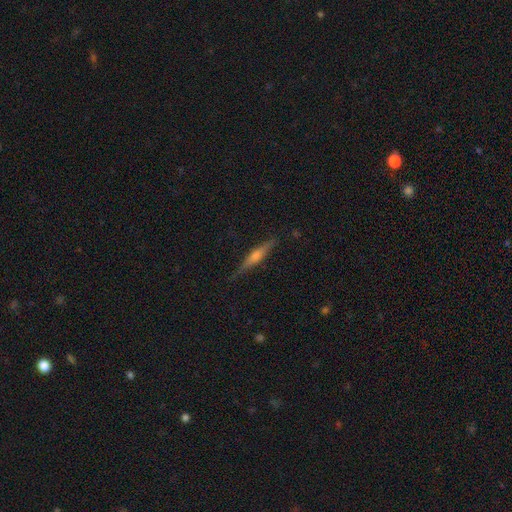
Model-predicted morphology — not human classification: Q: Smooth or featured?
A: featured or disk (75%); runner-up: smooth (18%)
Q: Edge-on disk?
A: yes (98%); runner-up: no (2%)
Q: Edge-on bulge?
A: rounded (80%); runner-up: boxy (12%)
Q: Merging?
A: none (88%); runner-up: minor disturbance (9%)